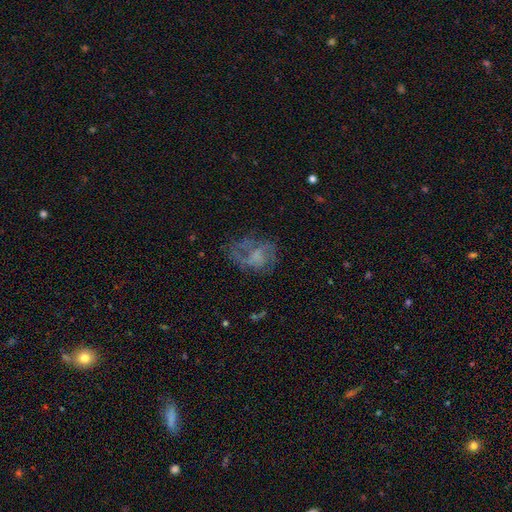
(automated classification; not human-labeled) Q: Smooth or featured?
A: featured or disk (54%); runner-up: smooth (32%)
Q: Edge-on disk?
A: no (97%); runner-up: yes (3%)
Q: Bar?
A: no (76%); runner-up: weak (20%)
Q: Spiral arms?
A: yes (52%); runner-up: no (48%)
Q: Bulge size?
A: none (56%); runner-up: moderate (18%)
Q: Merging?
A: none (46%); runner-up: major disturbance (31%)